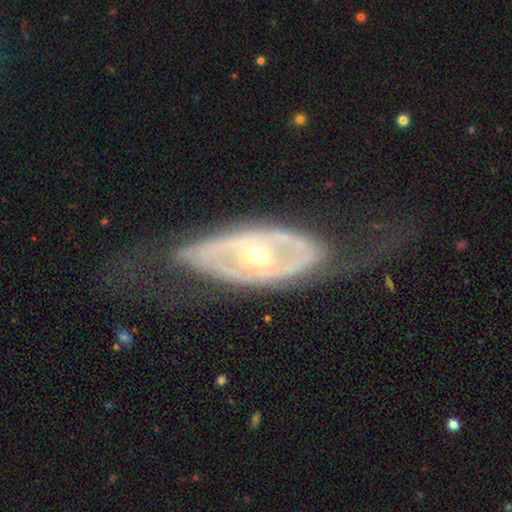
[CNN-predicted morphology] Q: Smooth or featured?
A: featured or disk (81%); runner-up: smooth (14%)
Q: Edge-on disk?
A: no (87%); runner-up: yes (13%)
Q: Bar?
A: no (63%); runner-up: weak (20%)
Q: Spiral arms?
A: no (53%); runner-up: yes (47%)
Q: Bulge size?
A: moderate (53%); runner-up: small (42%)
Q: Merging?
A: none (59%); runner-up: major disturbance (22%)